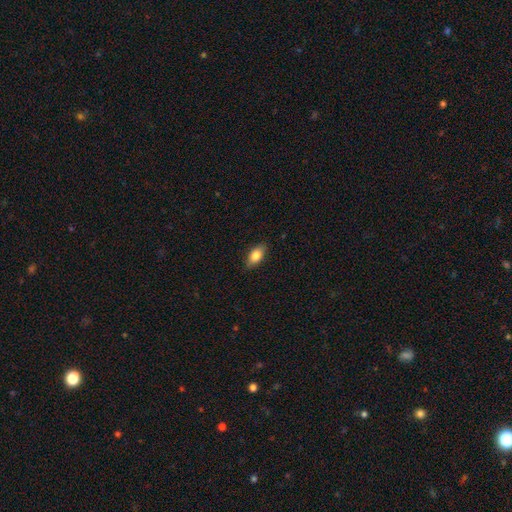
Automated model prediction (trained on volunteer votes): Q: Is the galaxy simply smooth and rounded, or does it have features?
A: smooth — 82%.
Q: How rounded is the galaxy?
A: in between — 89%.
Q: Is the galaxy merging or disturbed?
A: none — 86%.